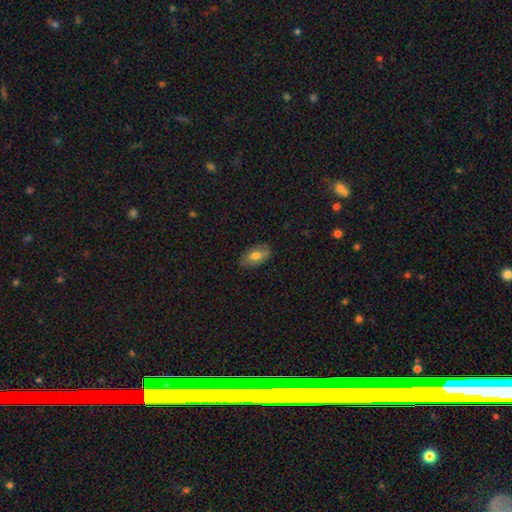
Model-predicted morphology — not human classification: Q: Smooth or featured?
A: smooth (70%); runner-up: featured or disk (22%)
Q: How rounded?
A: in between (92%); runner-up: round (5%)
Q: Merging?
A: none (80%); runner-up: minor disturbance (16%)